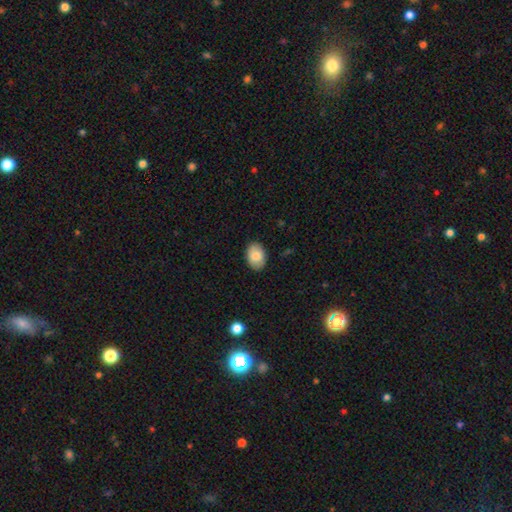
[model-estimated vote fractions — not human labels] The model was most divided on "how rounded": in between: 85%, round: 14%, cigar-shaped: 1%. More confident: merging — none (88%); smooth or featured — smooth (82%).